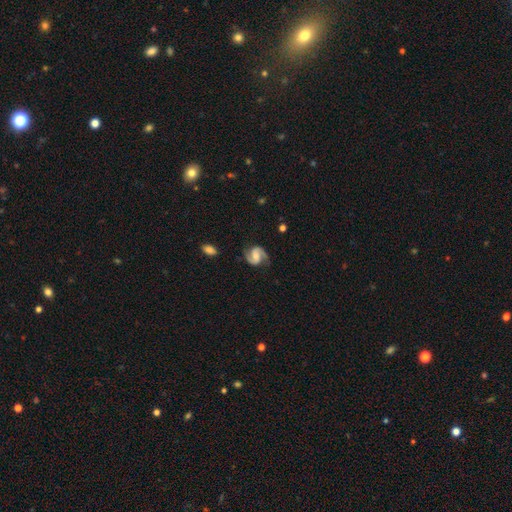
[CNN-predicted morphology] Smooth or featured? Predicted: featured or disk (p=0.87). Edge-on disk? Predicted: no (p=0.98). Bar? Predicted: weak (p=0.47). Spiral arms? Predicted: yes (p=0.98). Spiral winding? Predicted: medium (p=0.56). Spiral arm count? Predicted: 2 (p=0.93). Bulge size? Predicted: moderate (p=0.36). Merging? Predicted: none (p=0.79).